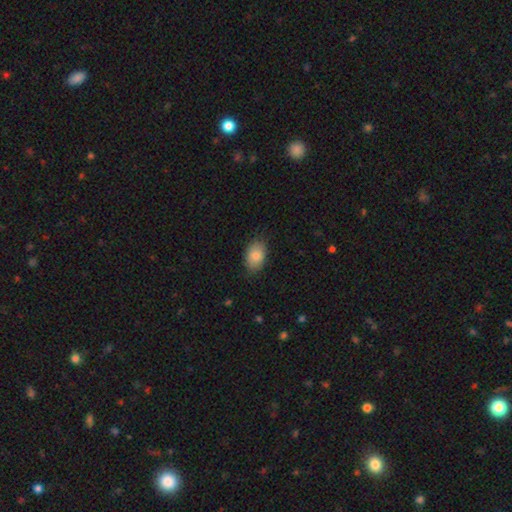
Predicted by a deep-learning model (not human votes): A smooth galaxy with no disk features (85%) that is in between round and cigar-shaped (88%).

Vote fractions:
- Smooth or featured? smooth: 85% / featured or disk: 9% / star or artifact: 7%
- How rounded? in between: 88% / round: 11% / cigar-shaped: 1%
- Merging? none: 80% / minor disturbance: 16% / major disturbance: 3% / merger: 1%